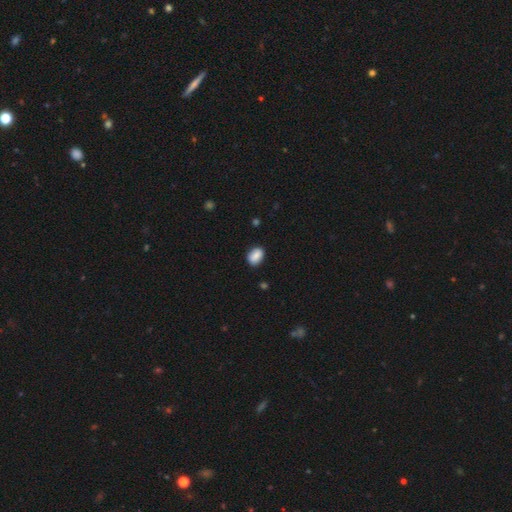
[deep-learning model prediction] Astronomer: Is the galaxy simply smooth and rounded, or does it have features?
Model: smooth — 86%.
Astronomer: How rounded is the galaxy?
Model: in between — 75%.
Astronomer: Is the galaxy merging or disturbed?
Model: none — 84%.